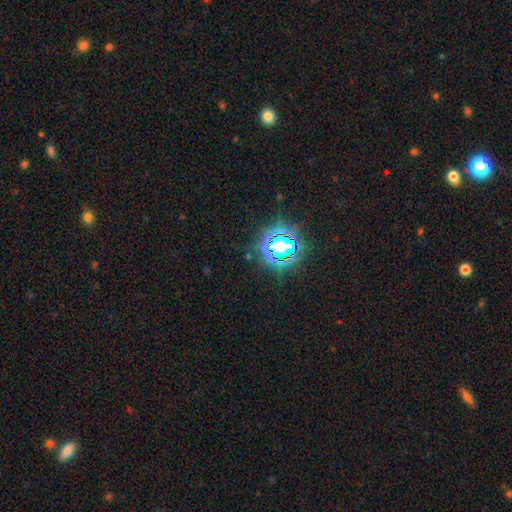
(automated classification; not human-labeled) star or artifact 80%, smooth 13%, featured or disk 7%.